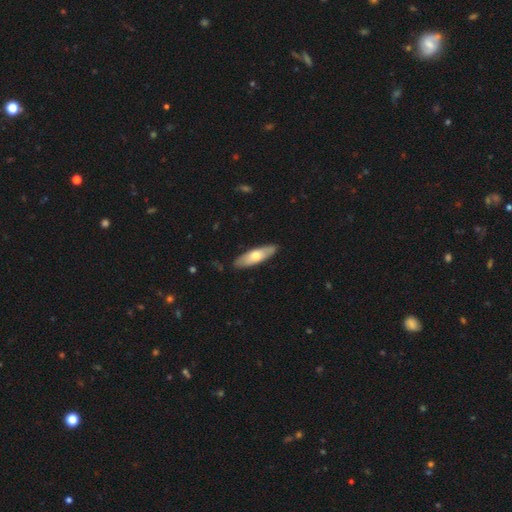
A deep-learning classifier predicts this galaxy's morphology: Smooth or featured? smooth (58%)
How rounded? cigar-shaped (52%)
Merging? none (86%)